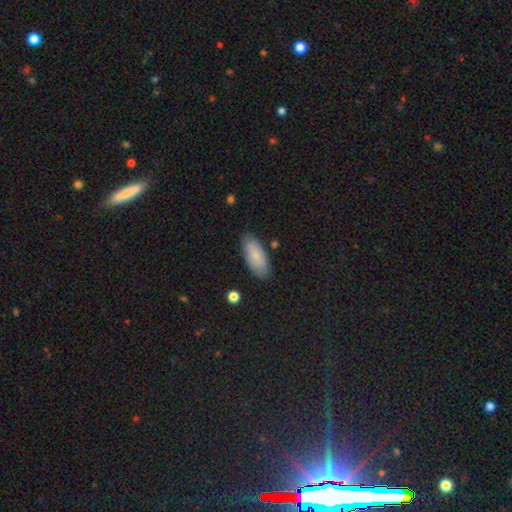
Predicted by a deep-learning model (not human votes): The model was most divided on "merging": none: 82%, minor disturbance: 13%, major disturbance: 3%, merger: 2%. More confident: how rounded — in between (86%); smooth or featured — smooth (81%).